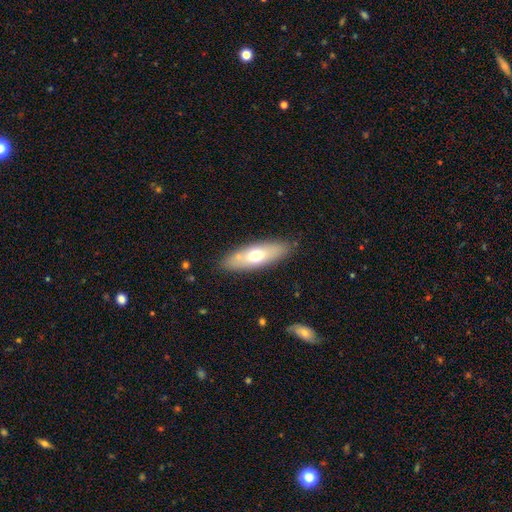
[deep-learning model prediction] Q: Smooth or featured?
A: smooth (61%); runner-up: featured or disk (33%)
Q: How rounded?
A: in between (59%); runner-up: cigar-shaped (39%)
Q: Merging?
A: none (83%); runner-up: minor disturbance (12%)